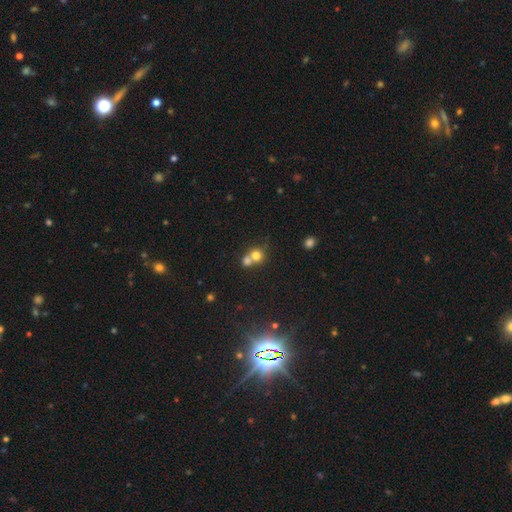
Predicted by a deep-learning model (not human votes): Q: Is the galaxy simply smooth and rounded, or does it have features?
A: smooth — 74%.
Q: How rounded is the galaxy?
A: round — 84%.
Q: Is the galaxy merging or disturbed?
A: merger — 56%.